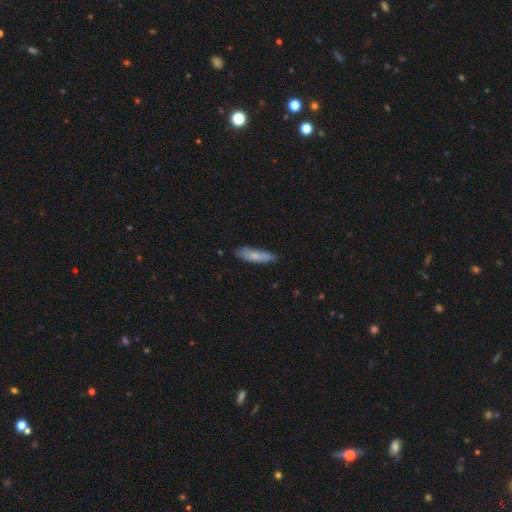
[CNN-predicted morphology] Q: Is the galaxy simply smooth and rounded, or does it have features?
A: smooth — 75%.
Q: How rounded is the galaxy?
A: cigar-shaped — 68%.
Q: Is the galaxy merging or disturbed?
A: none — 78%.